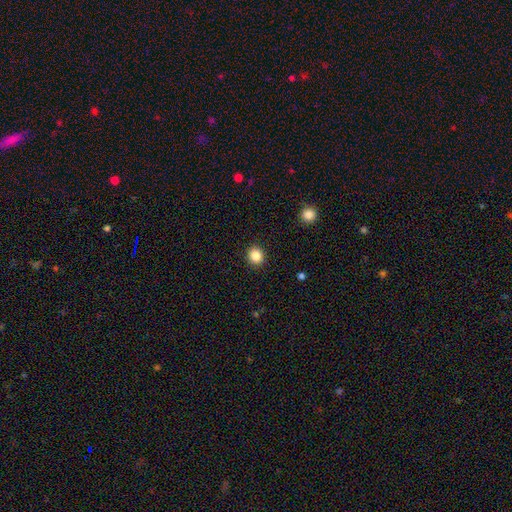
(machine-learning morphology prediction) smooth 85%, star or artifact 11%, featured or disk 4%. Down the decision tree: how rounded — round (85%); merging — none (92%).